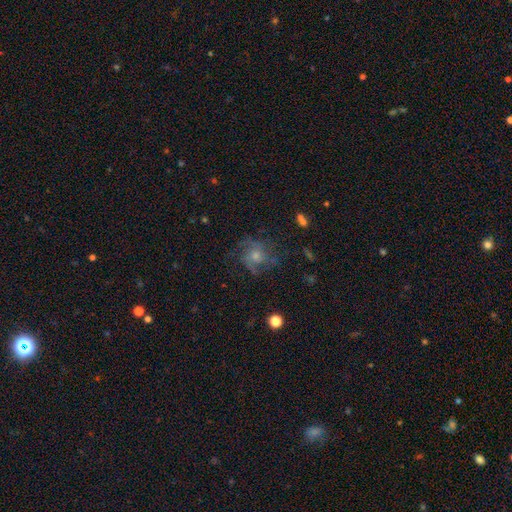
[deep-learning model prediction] smooth-or-featured: featured or disk: 69% | star or artifact: 16% | smooth: 15%
  disk-edge-on: no: 97% | yes: 3%
    bar: no: 74% | weak: 22% | strong: 4%
    has-spiral-arms: yes: 92% | no: 8%
      spiral-winding: medium: 49% | tight: 33% | loose: 18%
      spiral-arm-count: 3: 35% | can't tell: 22% | 2: 20% | 4: 11% | 1: 6% | more than 4: 6%
    bulge-size: moderate: 48% | small: 42% | large: 5% | none: 4% | dominant: 1%
  merging: none: 71% | minor disturbance: 16% | major disturbance: 11% | merger: 1%